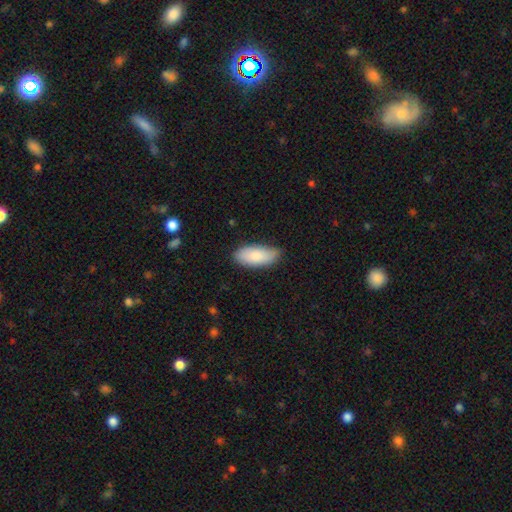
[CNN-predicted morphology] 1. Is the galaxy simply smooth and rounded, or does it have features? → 85% smooth, 10% featured or disk, 6% star or artifact.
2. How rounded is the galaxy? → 87% in between, 11% cigar-shaped, 2% round.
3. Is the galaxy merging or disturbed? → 78% none, 18% minor disturbance, 3% major disturbance, 1% merger.